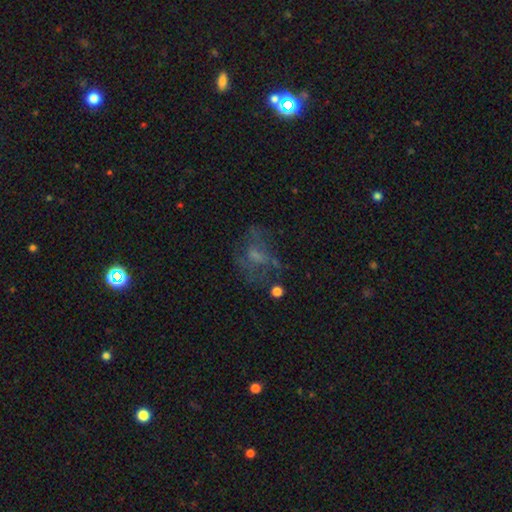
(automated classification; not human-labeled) Overall: featured or disk (48%; smooth 32%). Merging: none (47%; major disturbance 31%).